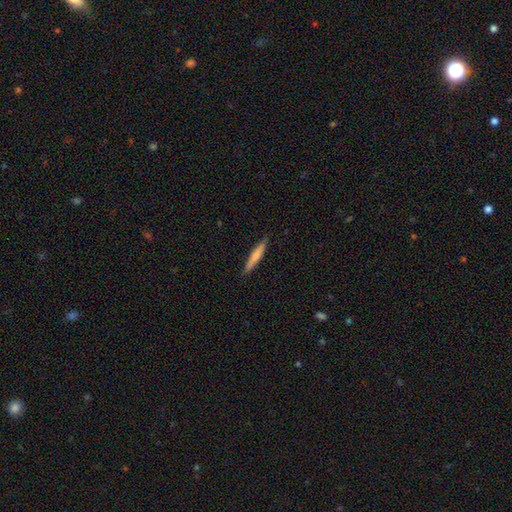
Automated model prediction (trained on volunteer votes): Q: Smooth or featured?
A: smooth (68%); runner-up: featured or disk (27%)
Q: How rounded?
A: cigar-shaped (93%); runner-up: in between (5%)
Q: Merging?
A: none (89%); runner-up: minor disturbance (8%)